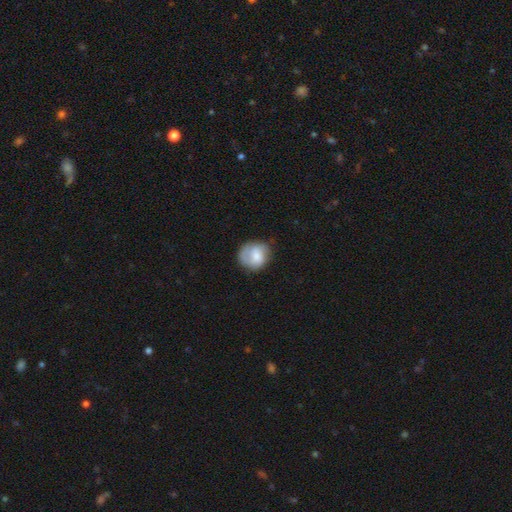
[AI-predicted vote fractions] This is likely a smooth galaxy (60%). How rounded: likely round (73%). Merging: likely none (61%).